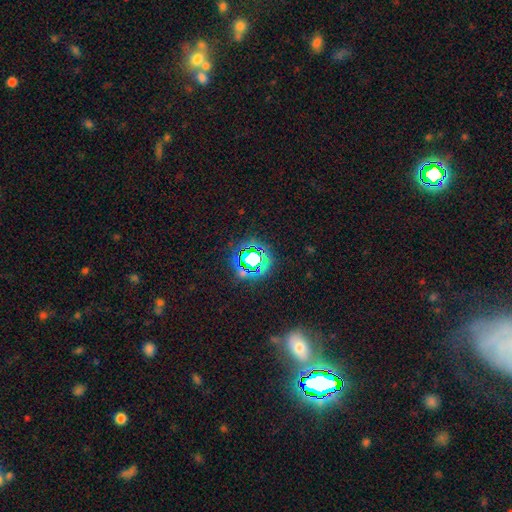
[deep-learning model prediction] Smooth or featured?
  - star or artifact: 72% *
  - smooth: 18%
  - featured or disk: 10%